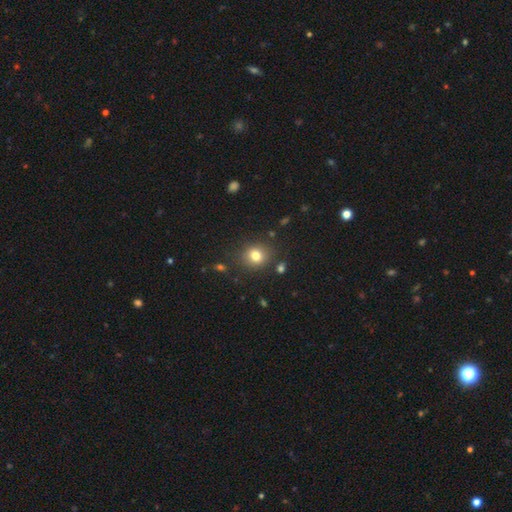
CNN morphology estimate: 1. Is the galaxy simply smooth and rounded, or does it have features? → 79% smooth, 13% star or artifact, 8% featured or disk.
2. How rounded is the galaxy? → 77% round, 22% in between, 1% cigar-shaped.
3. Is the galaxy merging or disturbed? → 84% none, 10% minor disturbance, 3% major disturbance, 3% merger.